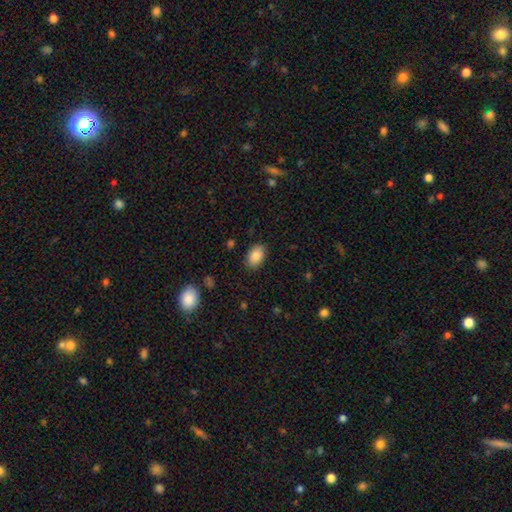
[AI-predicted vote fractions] Overall: smooth (85%). How rounded: in between (85%). Merging: none (87%).